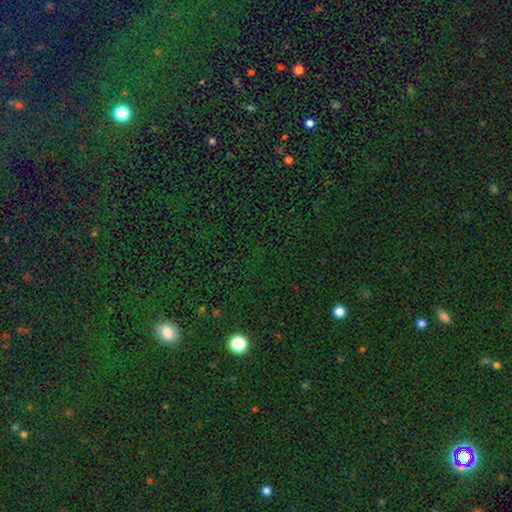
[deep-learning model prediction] Morphology: type=star or artifact (74%).